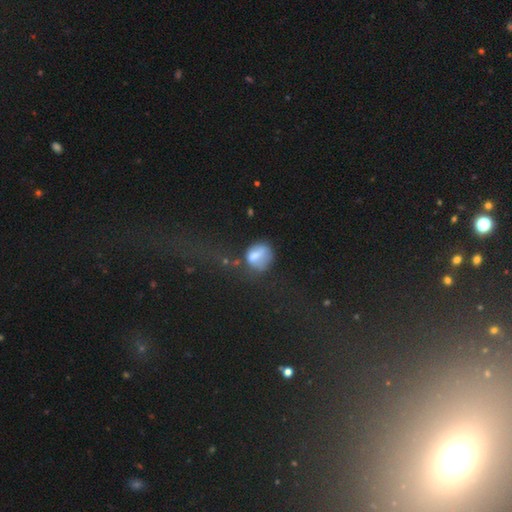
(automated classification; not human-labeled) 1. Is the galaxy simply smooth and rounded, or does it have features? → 63% smooth, 23% featured or disk, 14% star or artifact.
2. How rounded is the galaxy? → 54% round, 44% in between, 2% cigar-shaped.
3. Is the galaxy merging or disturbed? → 36% none, 28% major disturbance, 26% minor disturbance, 11% merger.